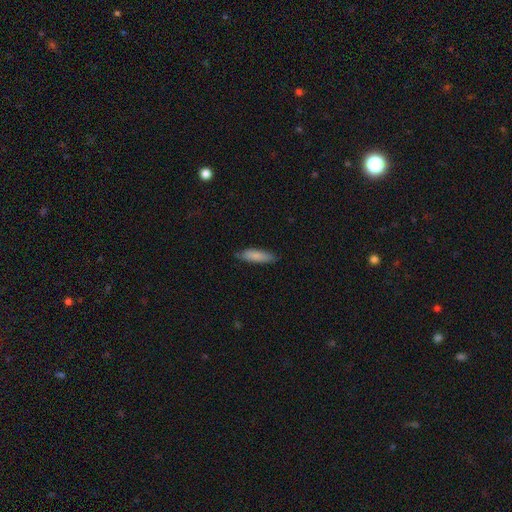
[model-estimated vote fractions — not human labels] A smooth galaxy with no disk features (85%) that is cigar-shaped (58%).

Vote fractions:
- Smooth or featured? smooth: 85% / featured or disk: 10% / star or artifact: 6%
- How rounded? cigar-shaped: 58% / in between: 40% / round: 1%
- Merging? none: 77% / minor disturbance: 19% / major disturbance: 3% / merger: 1%